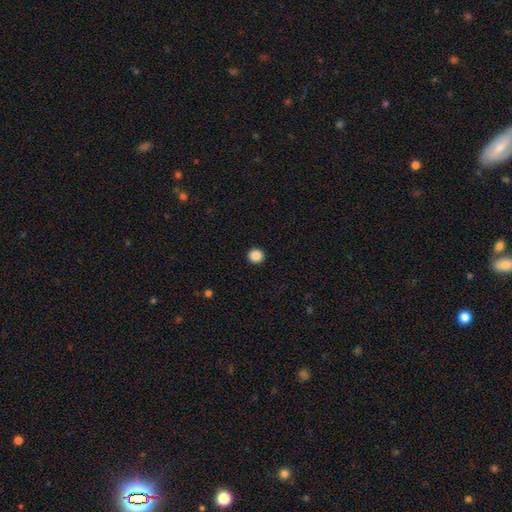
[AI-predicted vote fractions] smooth_or_featured: smooth (p=0.88) [alt: star or artifact p=0.09]
how_rounded: round (p=0.94) [alt: in between p=0.05]
merging: none (p=0.93) [alt: minor disturbance p=0.04]